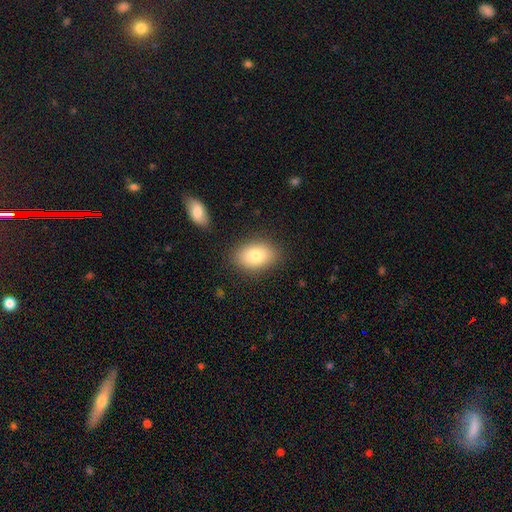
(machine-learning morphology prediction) This is clearly a smooth galaxy (81%). How rounded: clearly in between (84%). Merging: clearly none (86%).